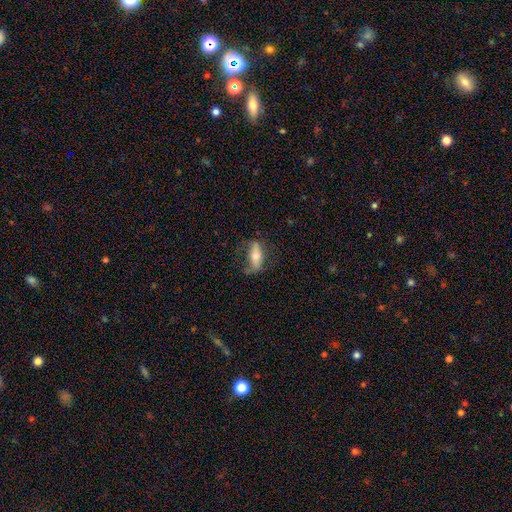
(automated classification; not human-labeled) Smooth or featured? featured or disk (50%)
Edge-on disk? no (55%)
Merging? none (61%)